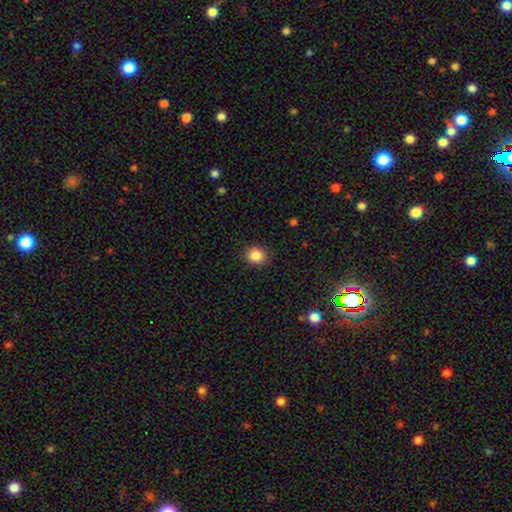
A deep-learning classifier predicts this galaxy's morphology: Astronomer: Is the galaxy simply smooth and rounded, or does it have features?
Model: smooth — 85%.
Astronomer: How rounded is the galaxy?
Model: round — 78%.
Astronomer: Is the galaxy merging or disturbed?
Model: none — 90%.